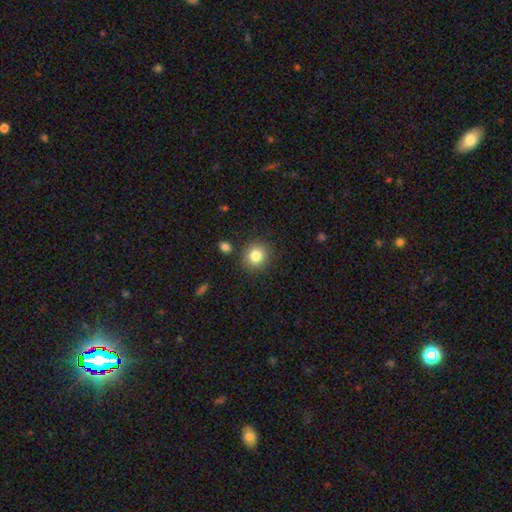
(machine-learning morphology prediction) A smooth galaxy with no disk features (84%) that is round (85%). Merging: none (86%).